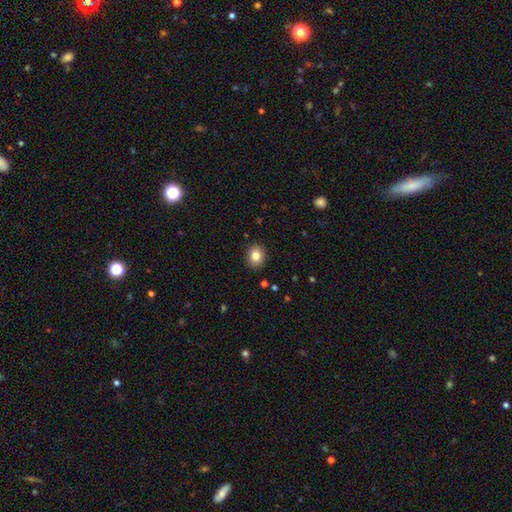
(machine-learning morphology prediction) The model was most divided on "how rounded": round: 65%, in between: 34%, cigar-shaped: 1%. More confident: merging — none (90%); smooth or featured — smooth (82%).